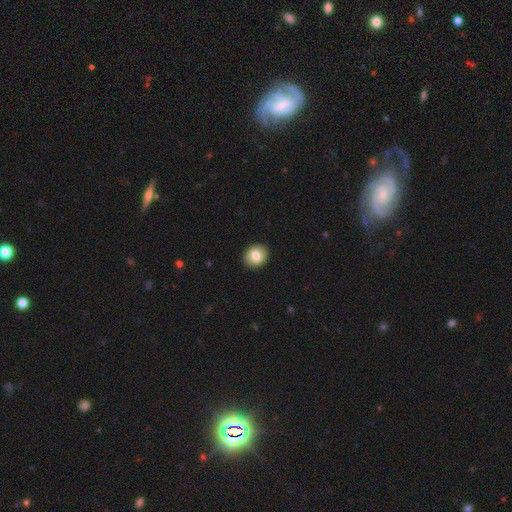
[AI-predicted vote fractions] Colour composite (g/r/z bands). It shows a smooth galaxy with no disk features (79%) that is round (64%). Merging: none (91%).